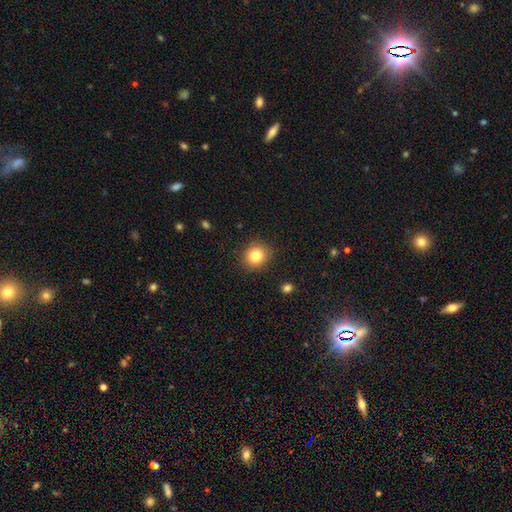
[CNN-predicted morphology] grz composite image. It shows a smooth galaxy with no disk features (83%) that is round (77%). Merging: none (87%).